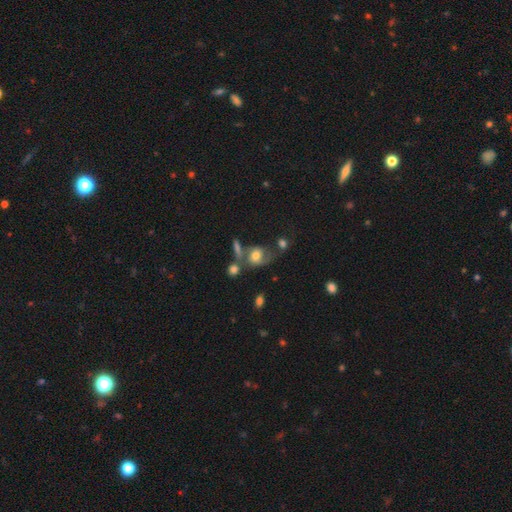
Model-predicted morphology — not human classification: type=smooth (48%); merging=none (32%).